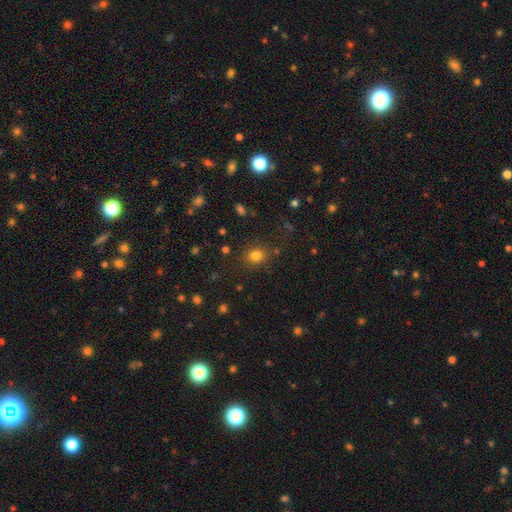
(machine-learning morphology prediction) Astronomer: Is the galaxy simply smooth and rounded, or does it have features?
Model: smooth — 79%.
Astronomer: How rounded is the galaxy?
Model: round — 70%.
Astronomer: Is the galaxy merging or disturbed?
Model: none — 83%.